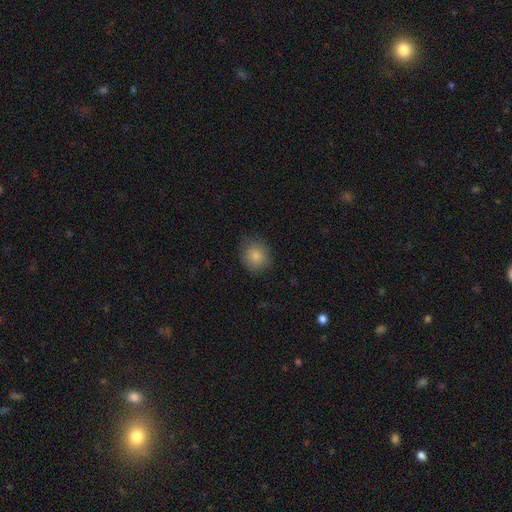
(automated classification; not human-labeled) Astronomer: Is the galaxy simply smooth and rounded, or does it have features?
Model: smooth — 85%.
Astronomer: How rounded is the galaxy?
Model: round — 83%.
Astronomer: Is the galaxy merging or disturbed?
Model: none — 80%.